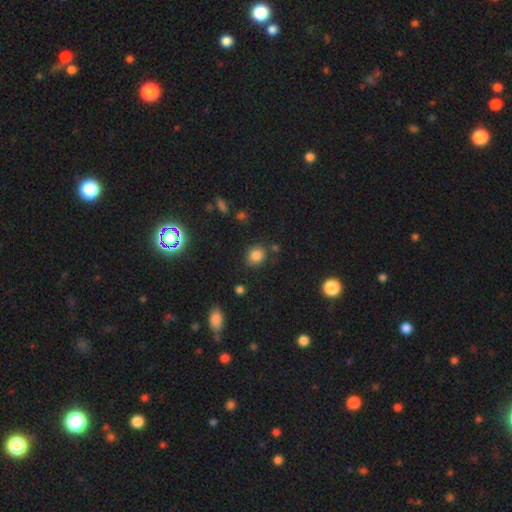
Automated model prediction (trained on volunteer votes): Smooth or featured? Predicted: smooth (p=0.81). How rounded? Predicted: round (p=0.62). Merging? Predicted: none (p=0.79).